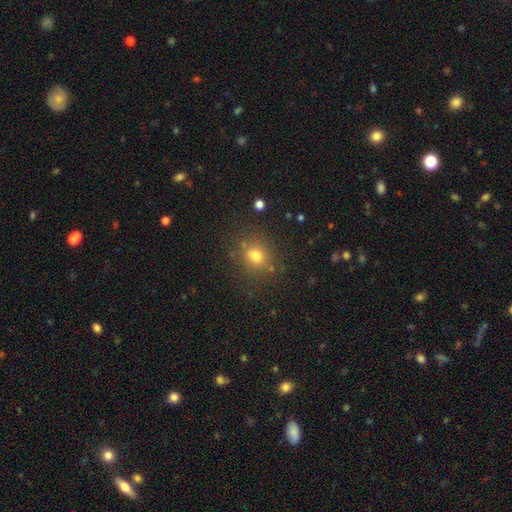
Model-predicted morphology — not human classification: Smooth or featured? smooth (73%)
How rounded? round (76%)
Merging? none (81%)